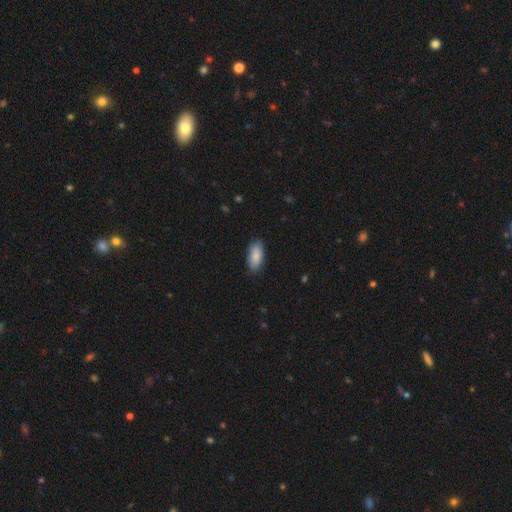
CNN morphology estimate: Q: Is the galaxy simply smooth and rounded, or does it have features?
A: smooth — 87%.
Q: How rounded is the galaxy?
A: in between — 88%.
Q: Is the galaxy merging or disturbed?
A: none — 83%.